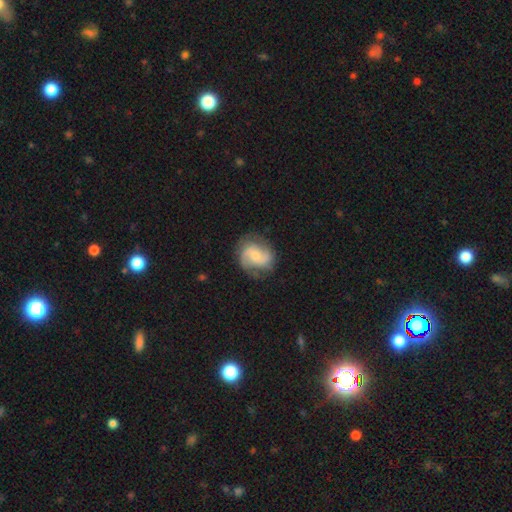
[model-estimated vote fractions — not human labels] Overall: featured or disk (68%). Edge-on disk: no (98%). Bar: no (58%; weak 36%). Spiral arms: yes (92%). Spiral arm count: 2 (76%). Spiral winding: medium (46%; loose 31%). Bulge size: small (53%; moderate 37%). Merging: none (71%).